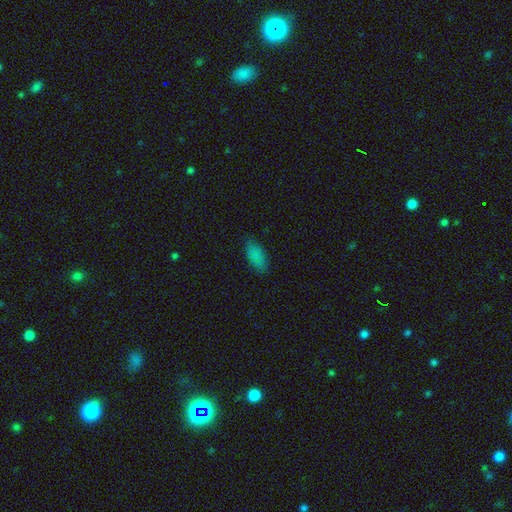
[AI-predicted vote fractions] smooth-or-featured: smooth: 85% | star or artifact: 9% | featured or disk: 5%
  how-rounded: in between: 89% | cigar-shaped: 8% | round: 2%
  merging: none: 83% | minor disturbance: 14% | major disturbance: 3% | merger: 1%